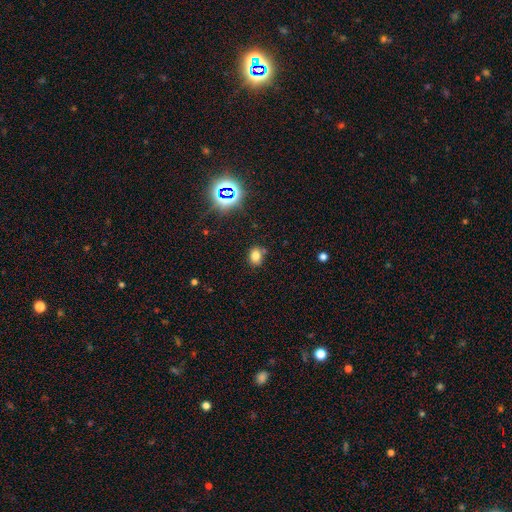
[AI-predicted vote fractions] Smooth or featured?
  - smooth: 74% *
  - star or artifact: 19%
  - featured or disk: 8%
How rounded?
  - in between: 56% *
  - round: 43%
  - cigar-shaped: 1%
Merging?
  - none: 73% *
  - minor disturbance: 16%
  - merger: 7%
  - major disturbance: 4%